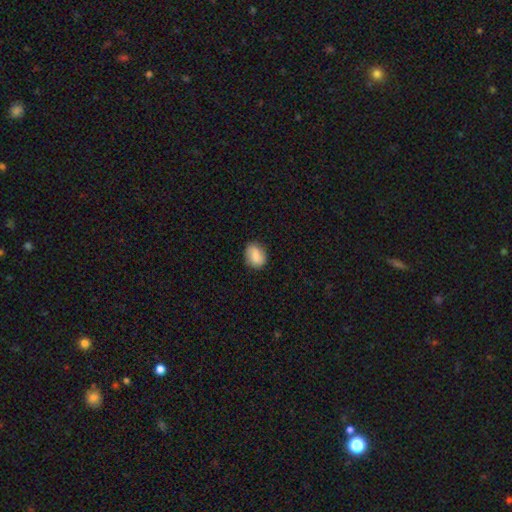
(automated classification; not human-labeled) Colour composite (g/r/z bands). It shows a smooth galaxy with no disk features (82%) that is in between round and cigar-shaped (62%). Merging: none (79%).